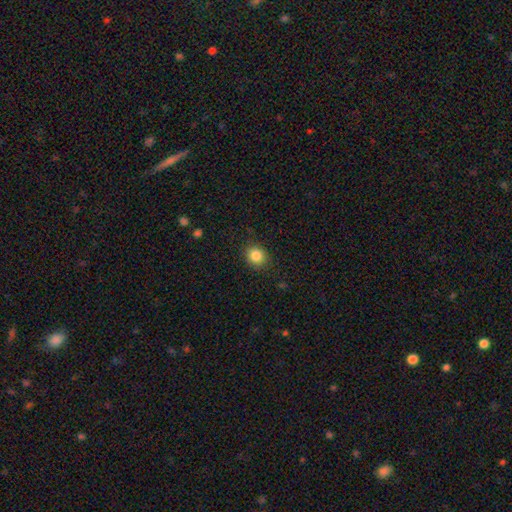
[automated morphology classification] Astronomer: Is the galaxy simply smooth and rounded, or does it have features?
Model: smooth — 85%.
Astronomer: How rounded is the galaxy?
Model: round — 74%.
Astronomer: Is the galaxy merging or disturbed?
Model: none — 87%.